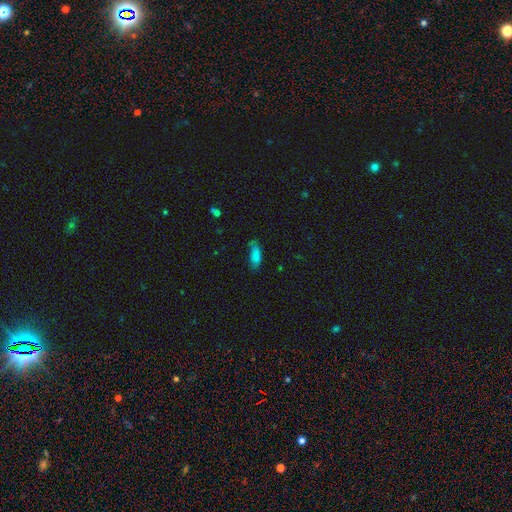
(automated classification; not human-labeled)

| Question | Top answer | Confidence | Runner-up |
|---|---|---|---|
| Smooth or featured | smooth | 80% | star or artifact (10%) |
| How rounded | in between | 72% | cigar-shaped (26%) |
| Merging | none | 60% | minor disturbance (28%) |